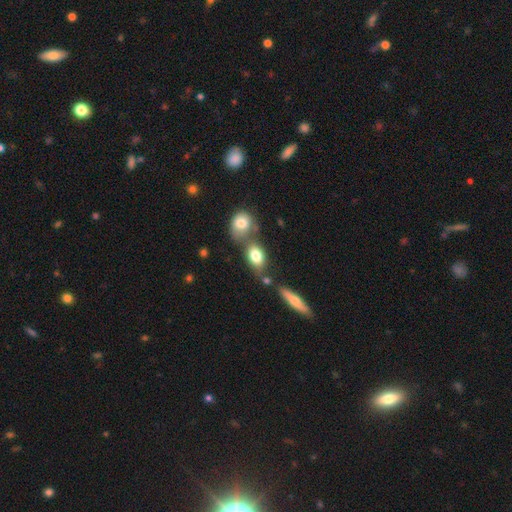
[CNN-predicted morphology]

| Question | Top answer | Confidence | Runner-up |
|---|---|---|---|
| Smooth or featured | smooth | 79% | featured or disk (13%) |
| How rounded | in between | 80% | round (16%) |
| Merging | none | 46% | merger (36%) |